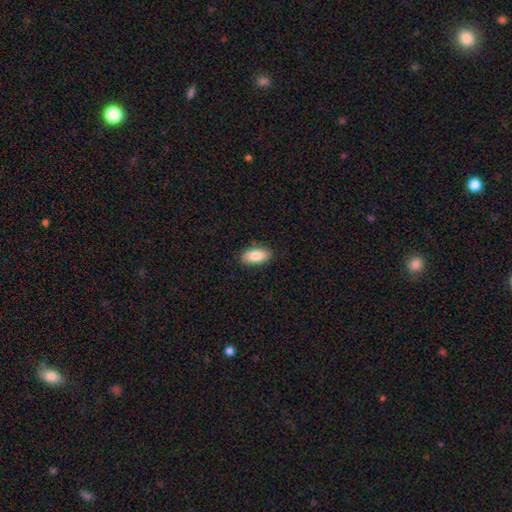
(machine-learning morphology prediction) This appears to be a smooth galaxy with no disk features (85%) that is in between round and cigar-shaped (92%). Merging: none (87%).